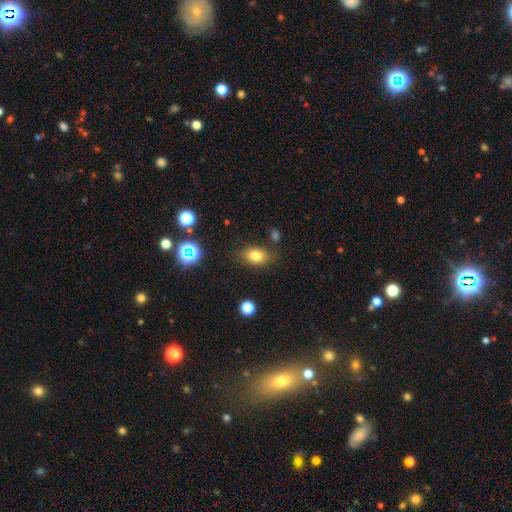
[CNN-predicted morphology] This appears to be a smooth galaxy with no disk features (78%) that is in between round and cigar-shaped (75%). Merging: none (78%).